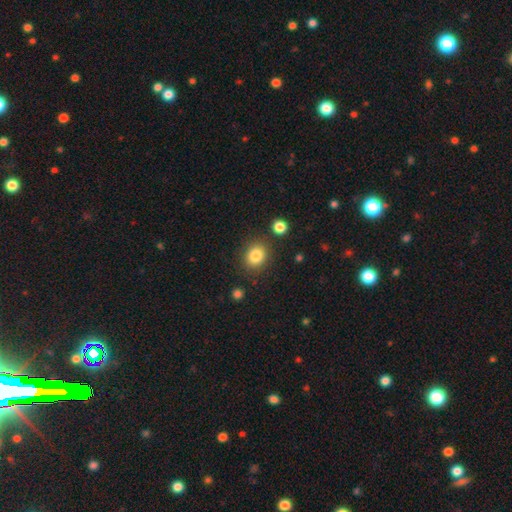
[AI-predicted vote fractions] This appears to be a smooth galaxy with no disk features (84%) that is round (62%). Merging: none (84%).